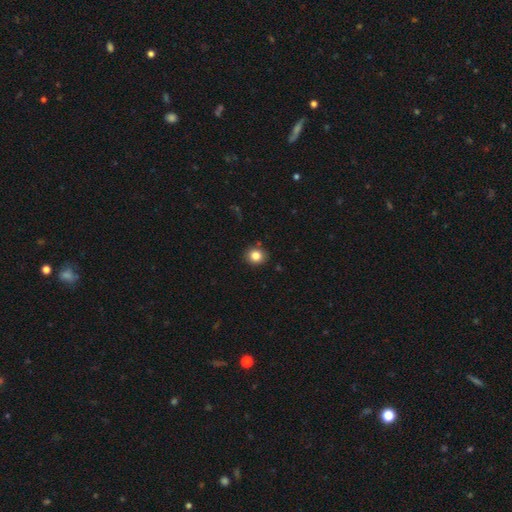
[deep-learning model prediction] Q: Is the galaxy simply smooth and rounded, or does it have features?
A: smooth — 84%.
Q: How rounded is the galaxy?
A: round — 81%.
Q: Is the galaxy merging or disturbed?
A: none — 89%.